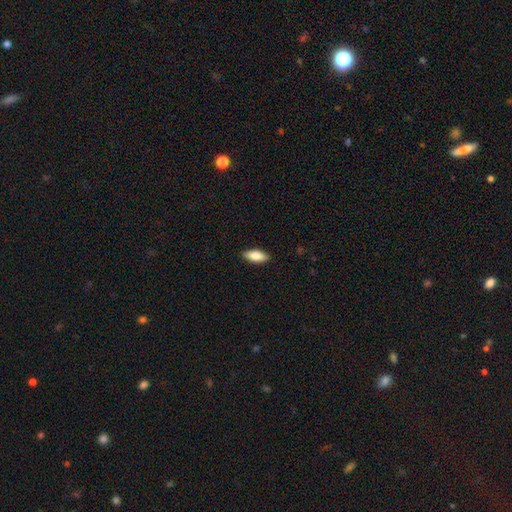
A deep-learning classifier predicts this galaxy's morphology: smooth-or-featured: smooth: 80% | featured or disk: 14% | star or artifact: 6%
  how-rounded: in between: 84% | cigar-shaped: 13% | round: 2%
  merging: none: 90% | minor disturbance: 8% | major disturbance: 2% | merger: 1%